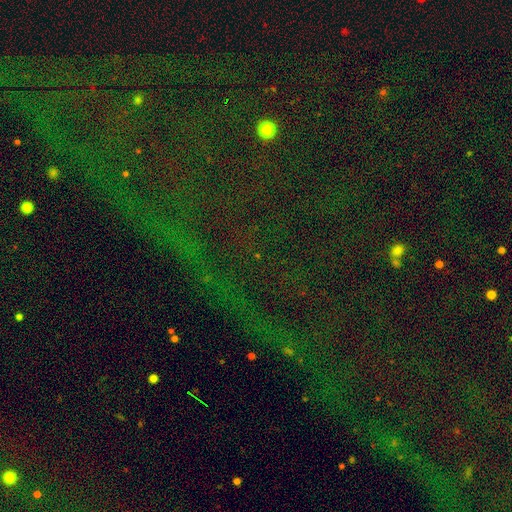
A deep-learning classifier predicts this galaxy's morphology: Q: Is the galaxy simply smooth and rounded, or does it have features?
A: star or artifact — 82%.